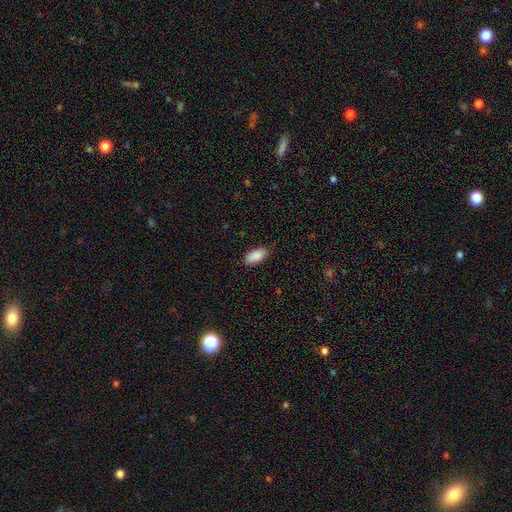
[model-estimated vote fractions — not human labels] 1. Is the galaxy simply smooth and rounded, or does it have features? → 90% smooth, 6% star or artifact, 4% featured or disk.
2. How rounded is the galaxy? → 93% in between, 5% cigar-shaped, 2% round.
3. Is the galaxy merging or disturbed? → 84% none, 13% minor disturbance, 2% major disturbance, 1% merger.